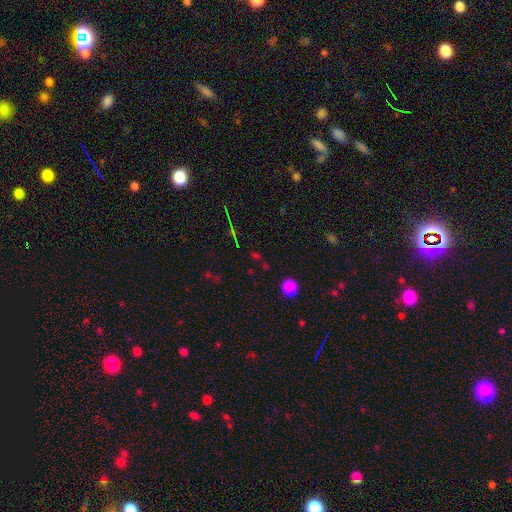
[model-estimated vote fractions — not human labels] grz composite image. It shows a star or artifact, not a galaxy (46%).